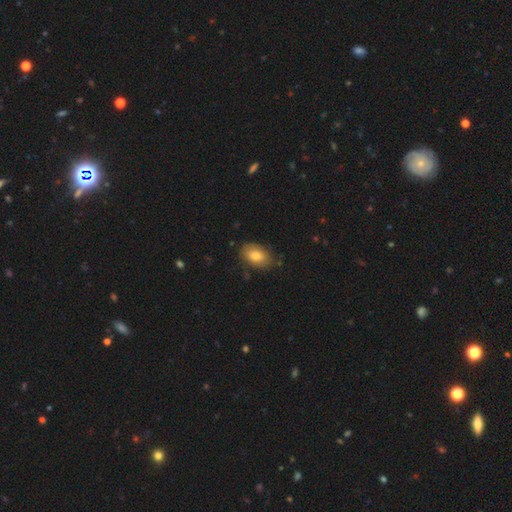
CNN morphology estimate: Q: Smooth or featured?
A: smooth (75%); runner-up: featured or disk (18%)
Q: How rounded?
A: in between (86%); runner-up: round (12%)
Q: Merging?
A: none (76%); runner-up: minor disturbance (18%)